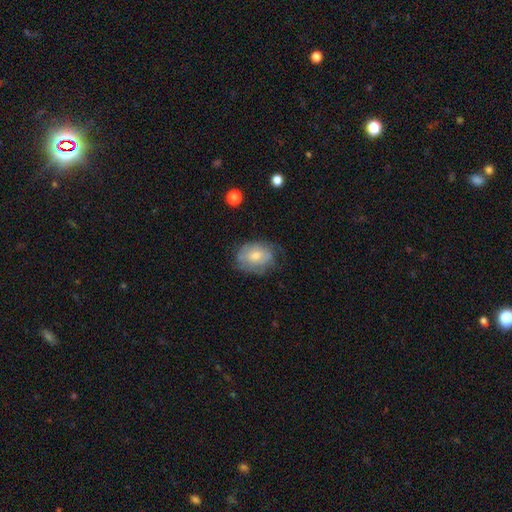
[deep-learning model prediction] smooth 62%, featured or disk 30%, star or artifact 7%. Down the decision tree: how rounded — in between (66%); merging — none (58%).